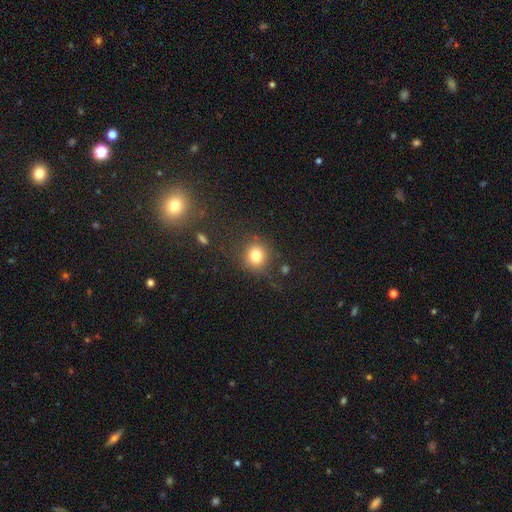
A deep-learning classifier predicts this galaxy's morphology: smooth_or_featured: smooth (p=0.81) [alt: star or artifact p=0.12]
how_rounded: round (p=0.87) [alt: in between p=0.12]
merging: none (p=0.79) [alt: minor disturbance p=0.12]